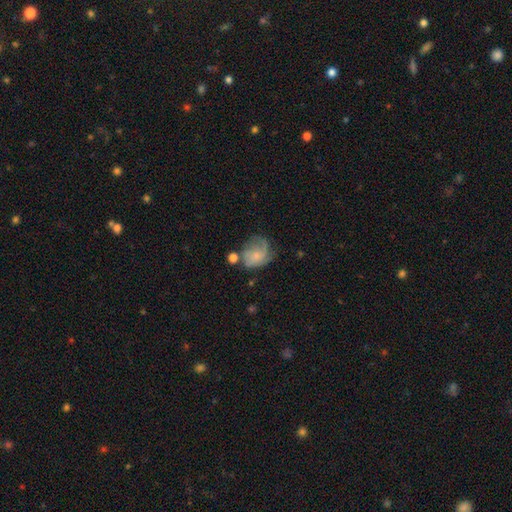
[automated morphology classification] A featured or disk galaxy (52%) with no bar (76%), spiral arms (80%) and a small central bulge (59%). Merging: none (39%).